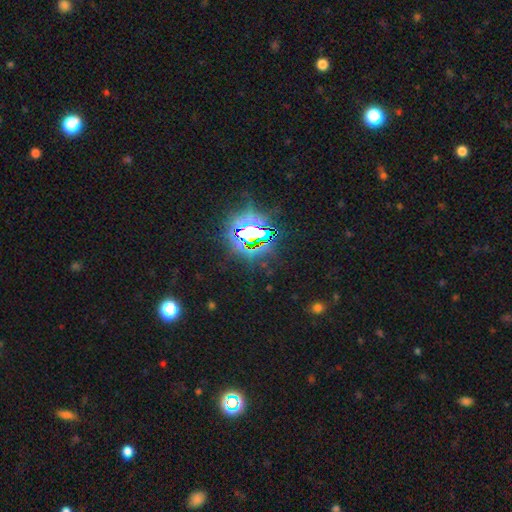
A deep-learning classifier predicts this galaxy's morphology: star or artifact 83%, smooth 10%, featured or disk 7%.